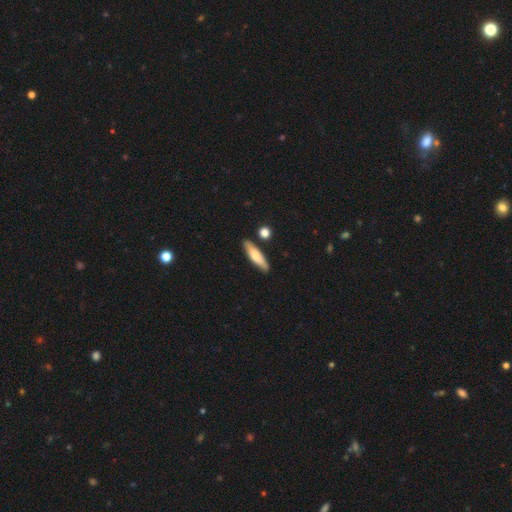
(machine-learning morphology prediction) Smooth or featured: smooth — 67% (featured or disk — 27%)
How rounded: cigar-shaped — 69% (in between — 28%)
Merging: none — 82% (minor disturbance — 11%)